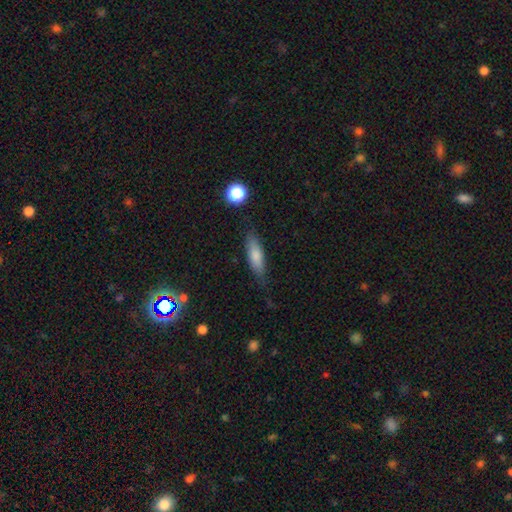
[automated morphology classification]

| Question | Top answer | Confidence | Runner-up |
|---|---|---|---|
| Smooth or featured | smooth | 77% | featured or disk (15%) |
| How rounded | cigar-shaped | 49% | in between (48%) |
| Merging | none | 76% | minor disturbance (17%) |